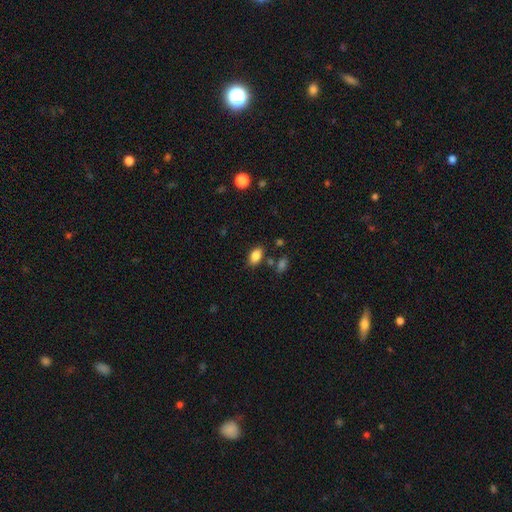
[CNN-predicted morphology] smooth 86%, star or artifact 9%, featured or disk 5%. Down the decision tree: how rounded — in between (90%); merging — none (80%).